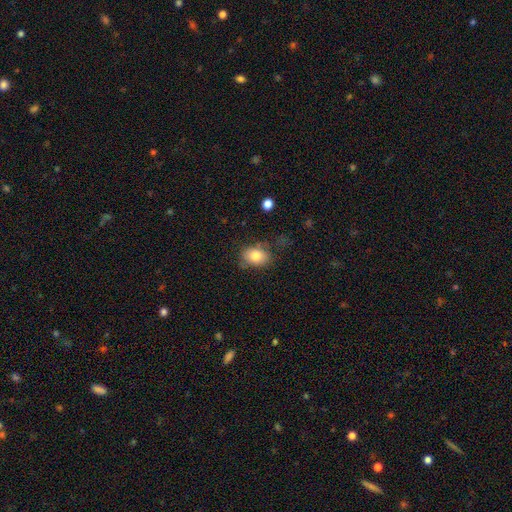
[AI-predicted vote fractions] Smooth or featured? Predicted: smooth (p=0.80). How rounded? Predicted: in between (p=0.70). Merging? Predicted: none (p=0.64).